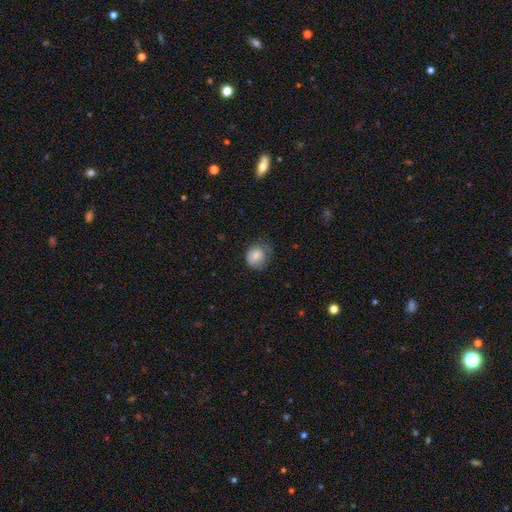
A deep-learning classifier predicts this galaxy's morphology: This is clearly a smooth galaxy (81%). How rounded: likely round (70%). Merging: possibly none (51%).